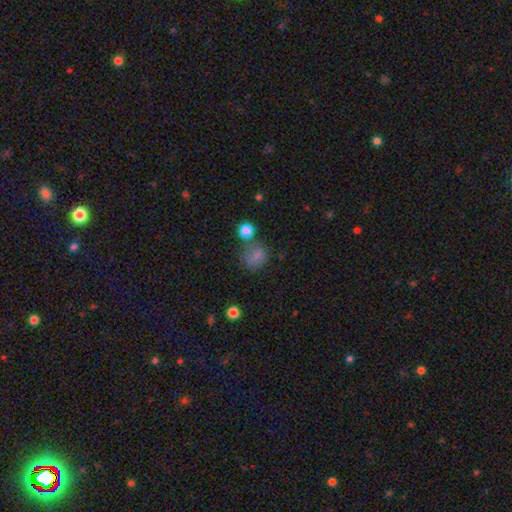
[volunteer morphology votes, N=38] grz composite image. It shows a smooth galaxy with no disk features (82%) that is round (52%). Merging: none (71%).